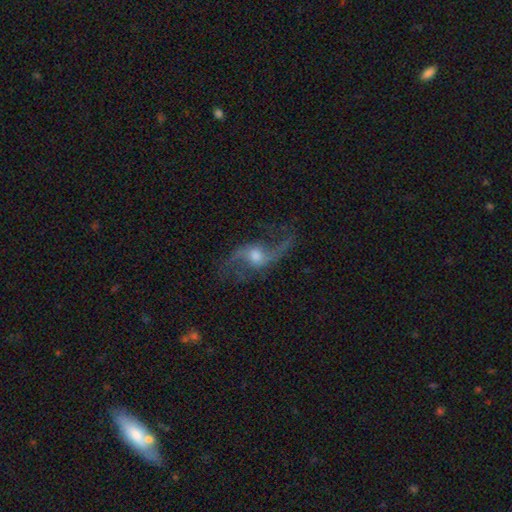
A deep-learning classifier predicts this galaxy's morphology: The model was most divided on "bar": no: 53%, weak: 36%, strong: 11%. More confident: spiral arms — yes (95%); edge-on disk — no (93%); spiral arm count — 2 (91%); smooth or featured — featured or disk (85%); spiral winding — loose (81%); merging — none (72%); bulge size — moderate (58%).